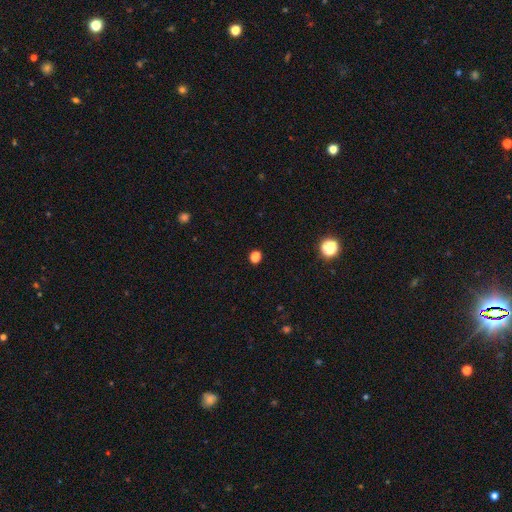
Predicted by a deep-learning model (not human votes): Morphology: type=smooth (71%); roundness=round (61%); merging=none (88%).